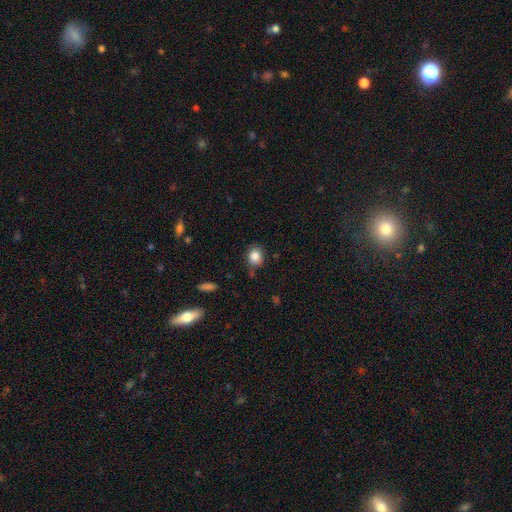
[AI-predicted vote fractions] smooth_or_featured: smooth (p=0.85) [alt: star or artifact p=0.10]
how_rounded: round (p=0.68) [alt: in between p=0.31]
merging: none (p=0.76) [alt: minor disturbance p=0.17]